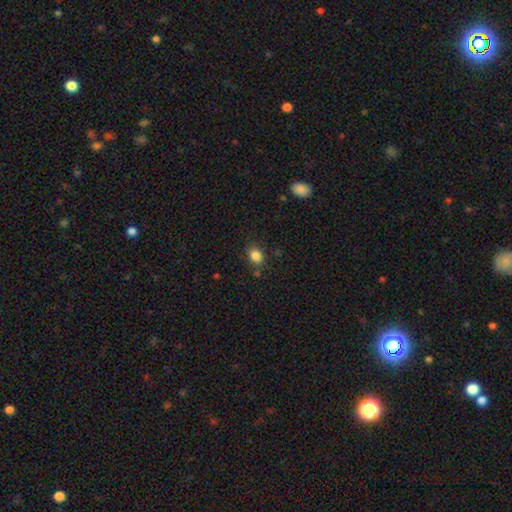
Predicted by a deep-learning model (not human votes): The model was most divided on "how rounded": in between: 57%, round: 42%, cigar-shaped: 1%. More confident: smooth or featured — smooth (84%); merging — none (78%).